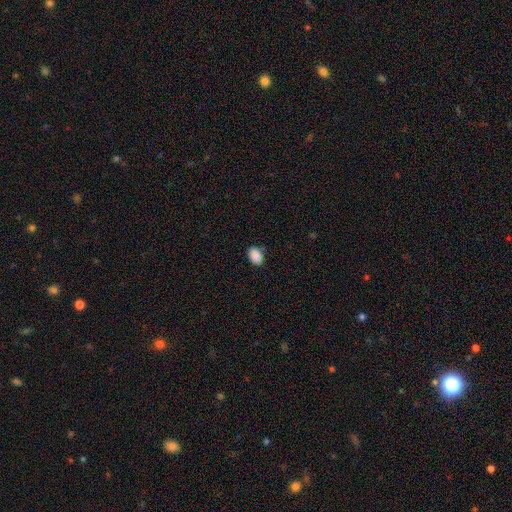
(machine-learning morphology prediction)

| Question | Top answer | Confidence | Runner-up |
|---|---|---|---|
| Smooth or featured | smooth | 89% | star or artifact (8%) |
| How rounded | in between | 84% | round (14%) |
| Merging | none | 79% | minor disturbance (16%) |